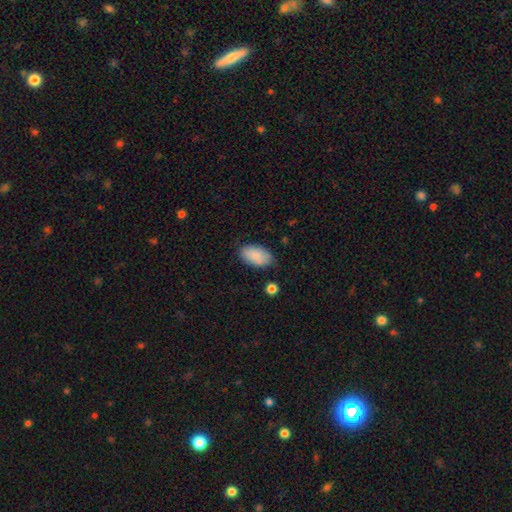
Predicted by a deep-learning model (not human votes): Q: Smooth or featured?
A: smooth (88%); runner-up: star or artifact (6%)
Q: How rounded?
A: in between (95%); runner-up: round (3%)
Q: Merging?
A: none (80%); runner-up: minor disturbance (15%)